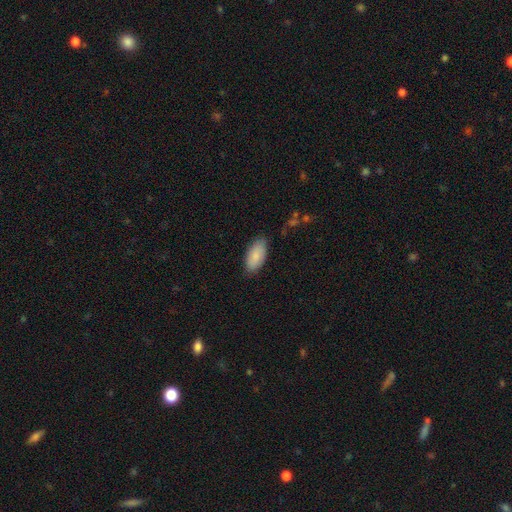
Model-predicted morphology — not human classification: smooth_or_featured: smooth (p=0.86) [alt: featured or disk p=0.08]
how_rounded: in between (p=0.92) [alt: cigar-shaped p=0.06]
merging: none (p=0.81) [alt: minor disturbance p=0.15]